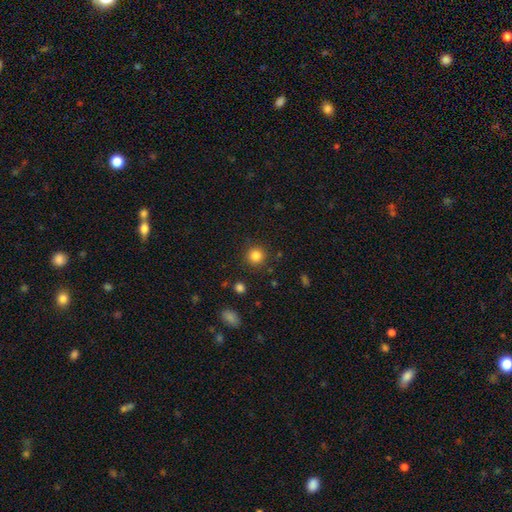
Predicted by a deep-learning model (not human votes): smooth-or-featured: smooth: 84% | star or artifact: 12% | featured or disk: 5%
  how-rounded: round: 93% | in between: 6% | cigar-shaped: 1%
  merging: none: 89% | minor disturbance: 6% | major disturbance: 3% | merger: 2%